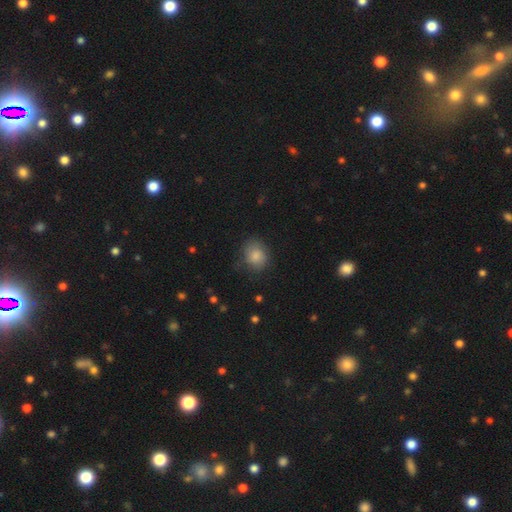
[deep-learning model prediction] Smooth or featured?
  - smooth: 82% *
  - featured or disk: 10%
  - star or artifact: 8%
How rounded?
  - round: 63% *
  - in between: 36%
  - cigar-shaped: 1%
Merging?
  - none: 71% *
  - minor disturbance: 21%
  - major disturbance: 7%
  - merger: 1%